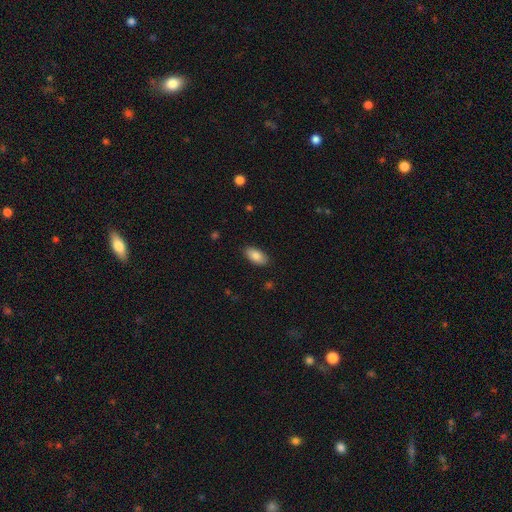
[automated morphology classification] A smooth galaxy with no disk features (85%) that is in between round and cigar-shaped (93%).

Vote fractions:
- Smooth or featured? smooth: 85% / featured or disk: 9% / star or artifact: 7%
- How rounded? in between: 93% / cigar-shaped: 4% / round: 2%
- Merging? none: 88% / minor disturbance: 9% / major disturbance: 2% / merger: 1%